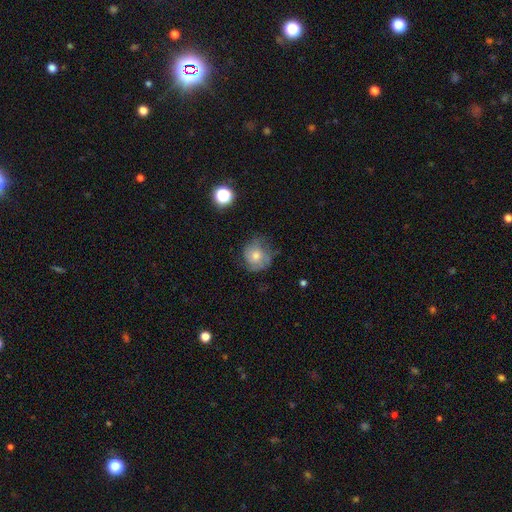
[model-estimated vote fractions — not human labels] This is possibly a smooth galaxy (52%). How rounded: clearly round (80%). Merging: possibly none (58%).